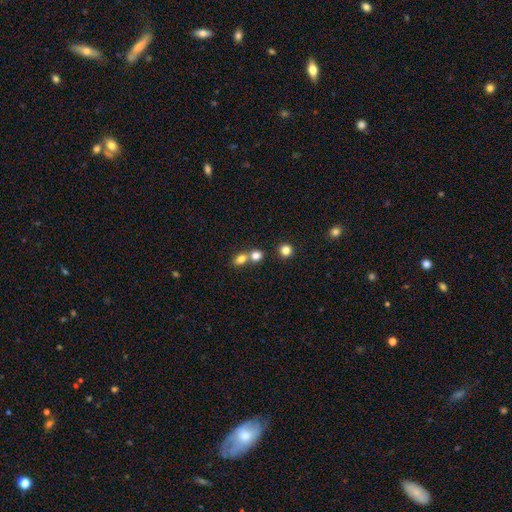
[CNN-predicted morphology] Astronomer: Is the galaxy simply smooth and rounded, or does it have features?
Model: smooth — 78%.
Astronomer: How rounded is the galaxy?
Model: round — 61% (runner-up: in between, 38%).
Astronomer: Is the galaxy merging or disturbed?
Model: merger — 47% (runner-up: none, 43%).